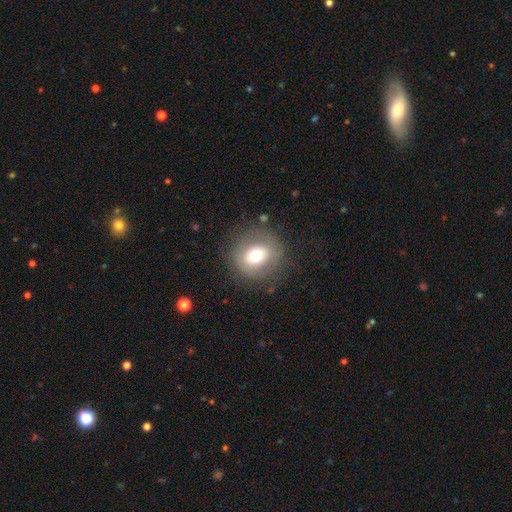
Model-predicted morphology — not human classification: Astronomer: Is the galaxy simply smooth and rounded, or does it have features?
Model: smooth — 67%.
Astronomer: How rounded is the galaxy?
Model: round — 79%.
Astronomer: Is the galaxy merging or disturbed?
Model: none — 80%.